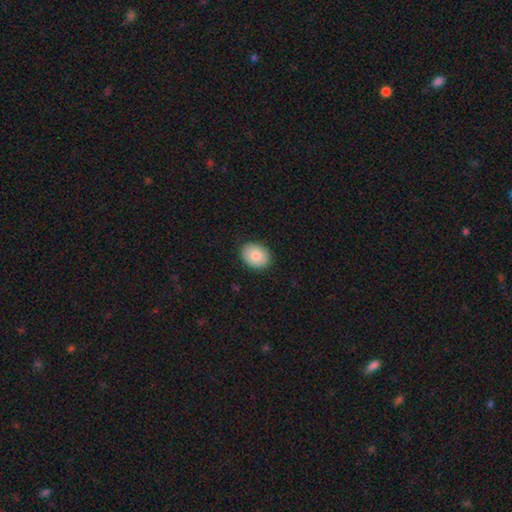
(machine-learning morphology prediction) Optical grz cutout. It shows a smooth galaxy with no disk features (82%) that is in between round and cigar-shaped (54%). Merging: none (88%).